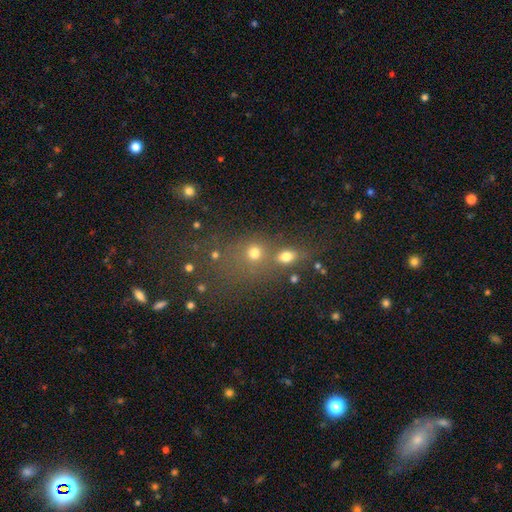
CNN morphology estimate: star or artifact 49%, smooth 38%, featured or disk 13%.